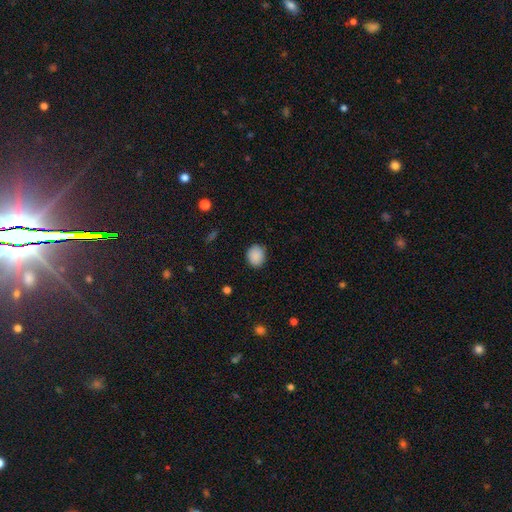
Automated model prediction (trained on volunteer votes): Smooth or featured: smooth — 89% (star or artifact — 8%)
How rounded: round — 62% (in between — 37%)
Merging: none — 85% (minor disturbance — 11%)